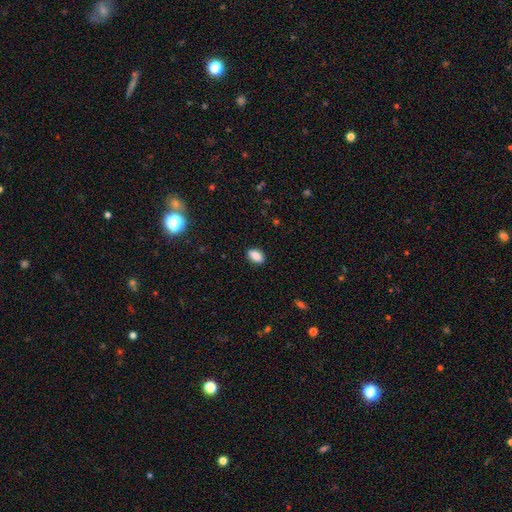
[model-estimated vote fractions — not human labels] A smooth galaxy with no disk features (86%) that is in between round and cigar-shaped (88%). Merging: none (88%).